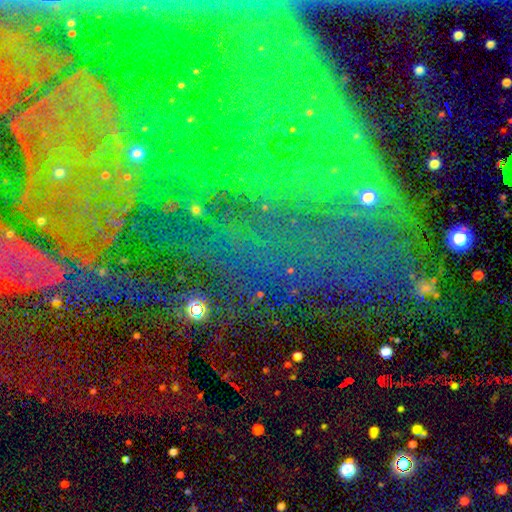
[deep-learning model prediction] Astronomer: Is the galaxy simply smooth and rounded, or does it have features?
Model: star or artifact — 76%.